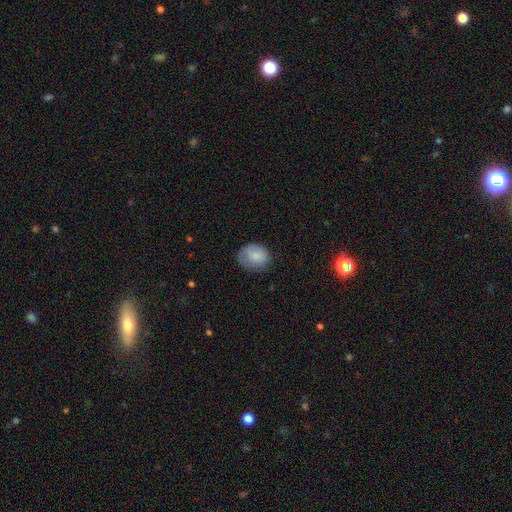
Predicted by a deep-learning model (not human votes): A smooth galaxy with no disk features (83%) that is round (61%).

Vote fractions:
- Smooth or featured? smooth: 83% / featured or disk: 9% / star or artifact: 8%
- How rounded? round: 61% / in between: 39% / cigar-shaped: 1%
- Merging? none: 67% / minor disturbance: 24% / major disturbance: 7% / merger: 1%